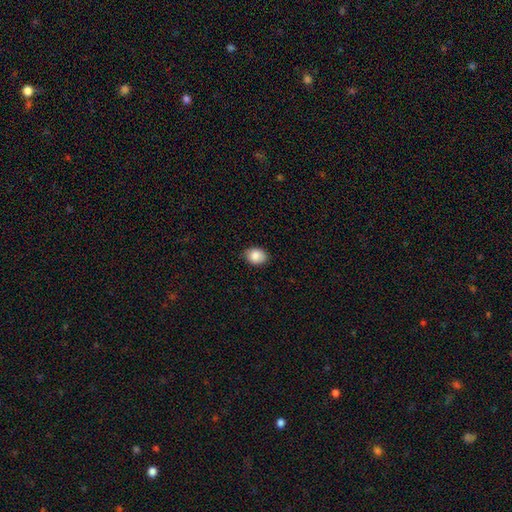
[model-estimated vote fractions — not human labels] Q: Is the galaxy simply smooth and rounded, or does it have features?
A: smooth — 88%.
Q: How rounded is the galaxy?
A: in between — 61%.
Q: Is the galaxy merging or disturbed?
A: none — 85%.